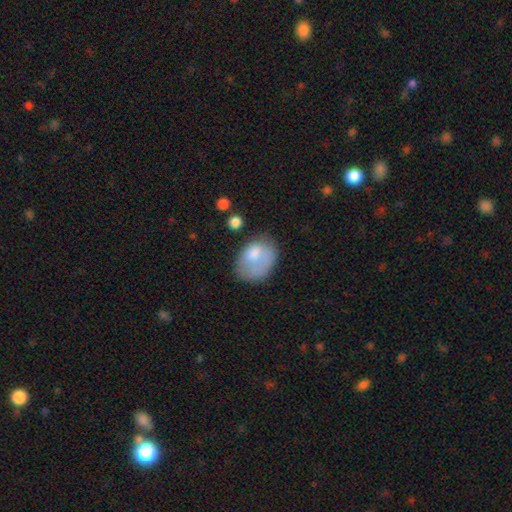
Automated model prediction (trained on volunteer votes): Smooth or featured: smooth — 73% (featured or disk — 20%)
How rounded: in between — 76% (round — 23%)
Merging: none — 40% (minor disturbance — 31%)